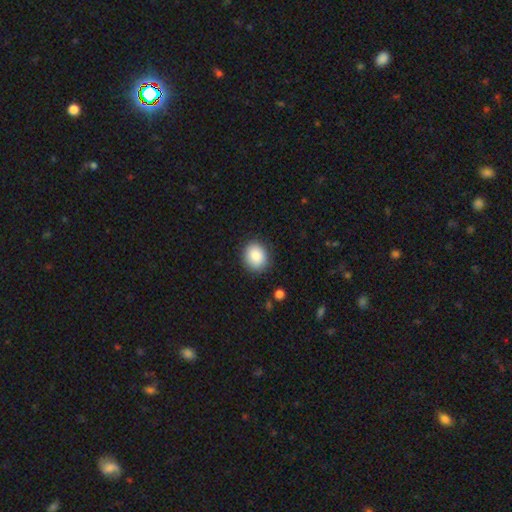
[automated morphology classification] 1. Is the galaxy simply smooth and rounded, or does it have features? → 87% smooth, 8% star or artifact, 5% featured or disk.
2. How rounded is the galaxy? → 59% round, 40% in between, 1% cigar-shaped.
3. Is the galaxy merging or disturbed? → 87% none, 10% minor disturbance, 3% major disturbance, 1% merger.